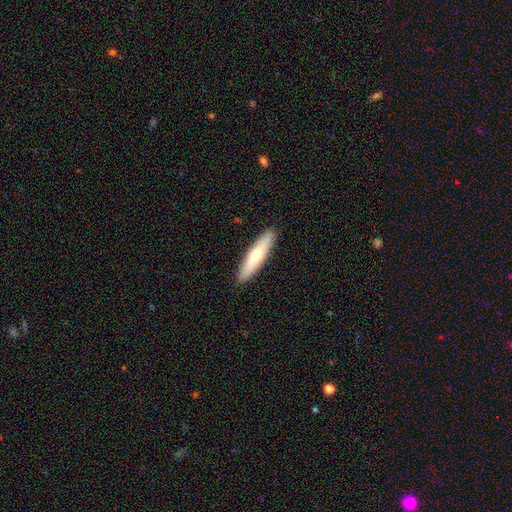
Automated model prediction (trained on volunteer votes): Q: Smooth or featured?
A: smooth (65%); runner-up: featured or disk (30%)
Q: How rounded?
A: cigar-shaped (83%); runner-up: in between (15%)
Q: Merging?
A: none (91%); runner-up: minor disturbance (7%)